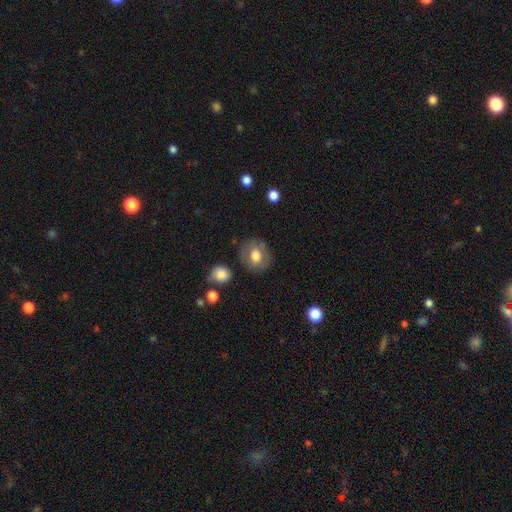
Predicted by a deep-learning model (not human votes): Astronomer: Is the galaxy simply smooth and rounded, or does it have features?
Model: smooth — 66%.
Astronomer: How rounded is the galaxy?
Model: round — 73%.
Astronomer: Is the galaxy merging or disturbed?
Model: none — 80%.